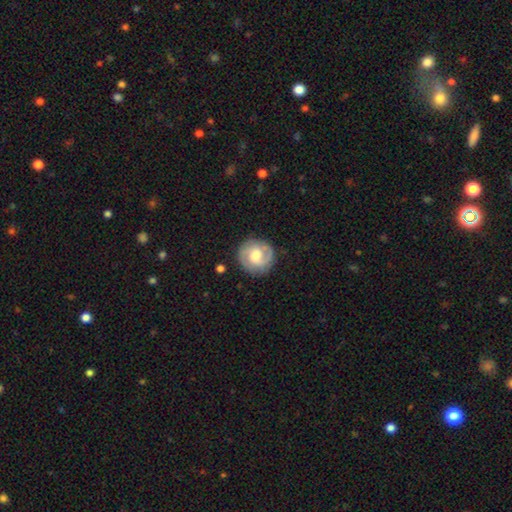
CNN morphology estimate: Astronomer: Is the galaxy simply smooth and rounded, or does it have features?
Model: featured or disk — 57% (runner-up: smooth, 36%).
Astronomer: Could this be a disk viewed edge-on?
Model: no — 98%.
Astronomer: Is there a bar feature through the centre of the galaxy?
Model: no — 52% (runner-up: weak, 40%).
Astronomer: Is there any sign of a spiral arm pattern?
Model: yes — 84%.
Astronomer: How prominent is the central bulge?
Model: moderate — 58%.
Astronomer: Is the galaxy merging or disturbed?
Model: none — 84%.